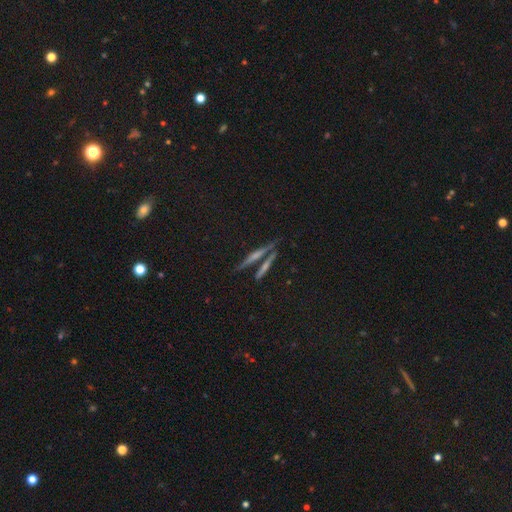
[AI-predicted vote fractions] Smooth or featured? Predicted: featured or disk (p=0.48). Merging? Predicted: none (p=0.72).